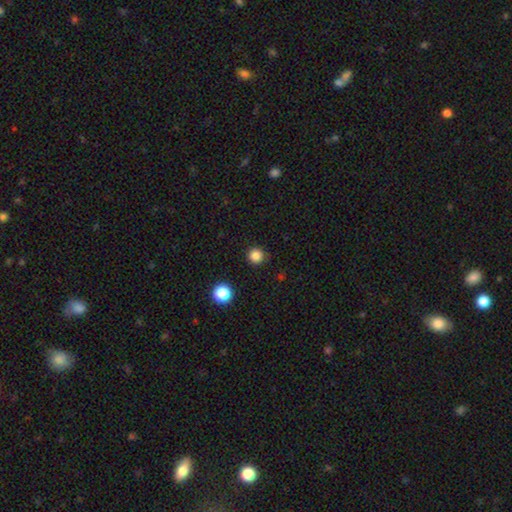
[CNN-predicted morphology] smooth 84%, star or artifact 13%, featured or disk 3%. Down the decision tree: how rounded — round (96%); merging — none (91%).